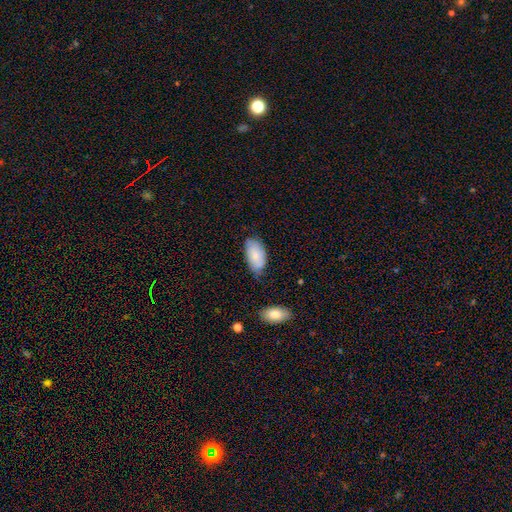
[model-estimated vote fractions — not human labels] Smooth or featured?
  - smooth: 75% *
  - featured or disk: 18%
  - star or artifact: 6%
How rounded?
  - in between: 95% *
  - round: 3%
  - cigar-shaped: 2%
Merging?
  - none: 57% *
  - minor disturbance: 32%
  - major disturbance: 6%
  - merger: 4%